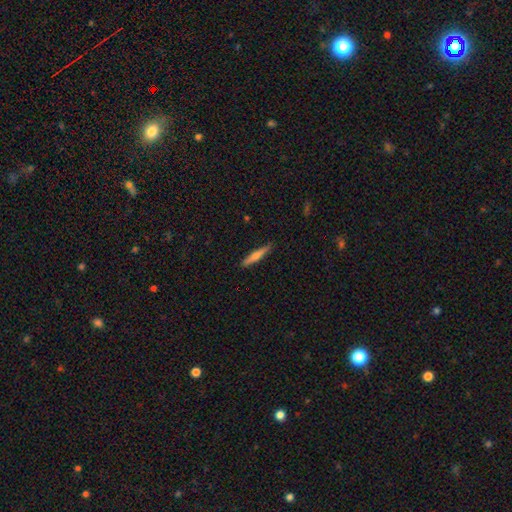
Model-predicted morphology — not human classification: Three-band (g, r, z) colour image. It shows a featured or disk galaxy (48%). Merging: none (90%).